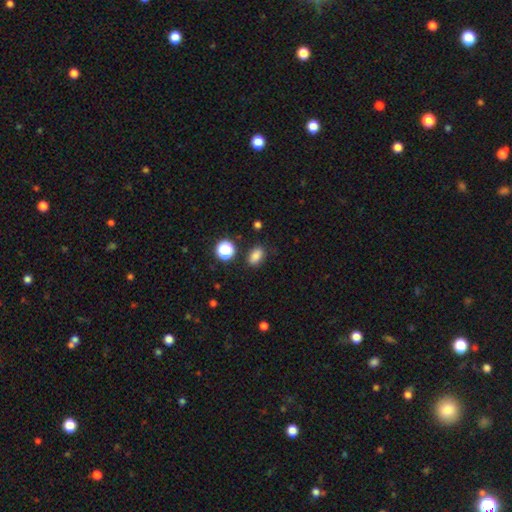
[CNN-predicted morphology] smooth 82%, star or artifact 13%, featured or disk 5%. Down the decision tree: how rounded — in between (80%); merging — none (82%).